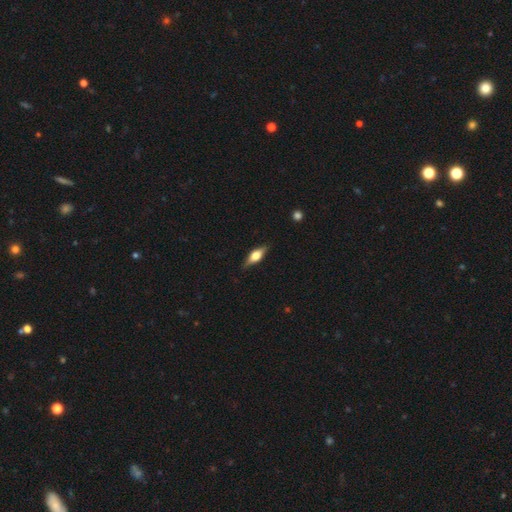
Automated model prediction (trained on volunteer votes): Smooth or featured?
  - featured or disk: 50% *
  - smooth: 43%
  - star or artifact: 7%
Edge-on disk?
  - yes: 92% *
  - no: 8%
Merging?
  - none: 84% *
  - minor disturbance: 12%
  - major disturbance: 3%
  - merger: 1%